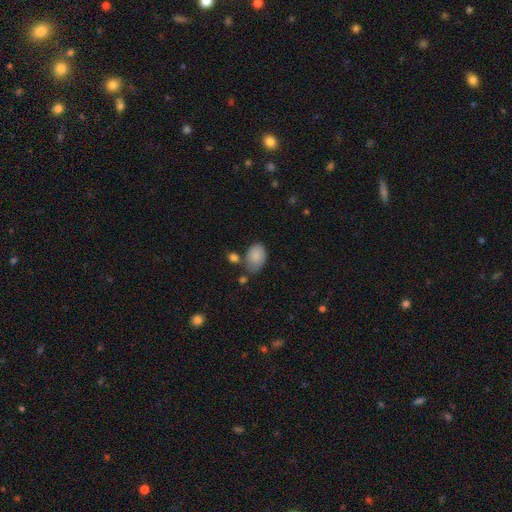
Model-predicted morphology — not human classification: This appears to be a smooth galaxy with no disk features (86%) that is in between round and cigar-shaped (85%). Merging: none (57%).